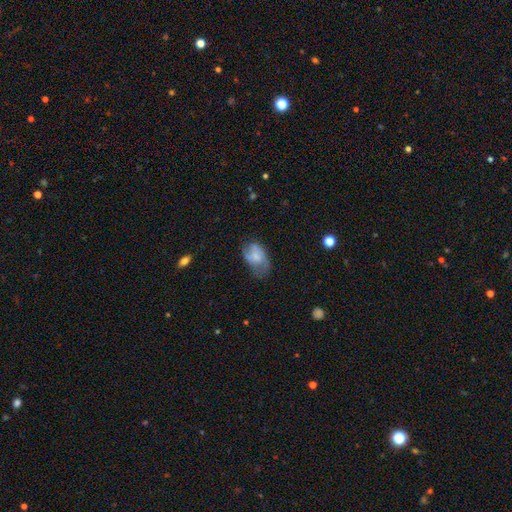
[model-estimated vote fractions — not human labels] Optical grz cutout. It shows a smooth galaxy with no disk features (56%) that is in between round and cigar-shaped (88%). Merging: none (44%).